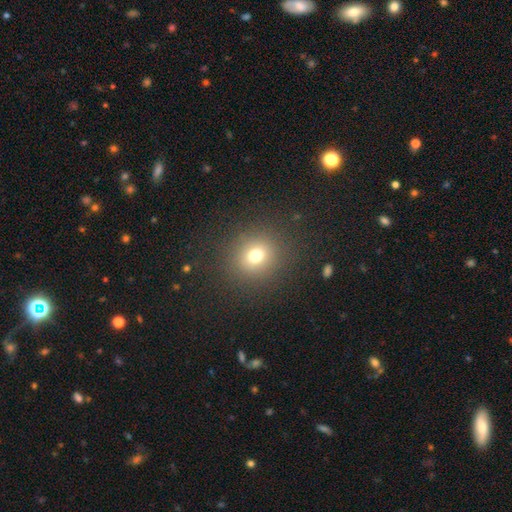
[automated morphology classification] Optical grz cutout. It shows a smooth galaxy with no disk features (72%) that is round (86%). Merging: none (87%).